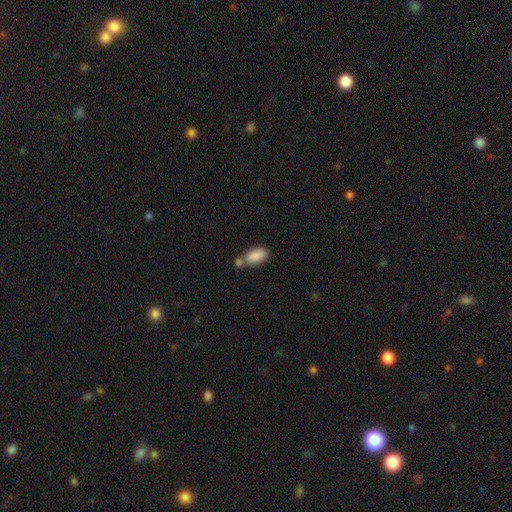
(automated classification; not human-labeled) smooth 86%, featured or disk 7%, star or artifact 7%. Down the decision tree: how rounded — in between (93%); merging — none (43%).